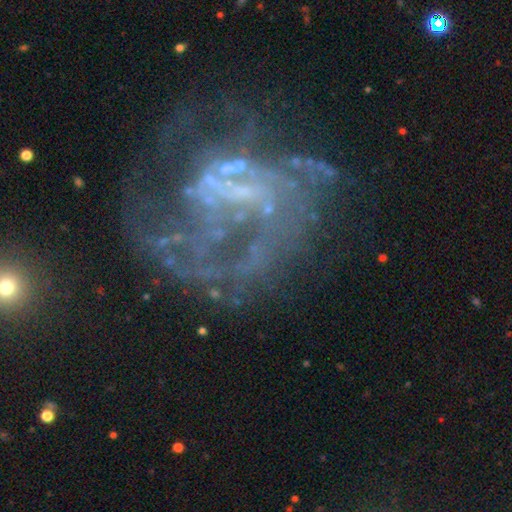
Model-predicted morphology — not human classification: Q: Smooth or featured?
A: featured or disk (75%); runner-up: star or artifact (16%)
Q: Edge-on disk?
A: no (98%); runner-up: yes (2%)
Q: Bar?
A: no (60%); runner-up: weak (29%)
Q: Spiral arms?
A: yes (57%); runner-up: no (43%)
Q: Bulge size?
A: none (57%); runner-up: small (27%)
Q: Merging?
A: major disturbance (42%); runner-up: none (36%)